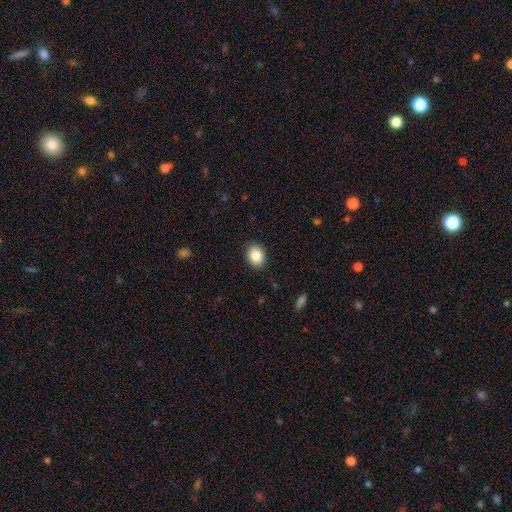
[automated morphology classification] type=smooth (86%); roundness=in between (54%); merging=none (89%).